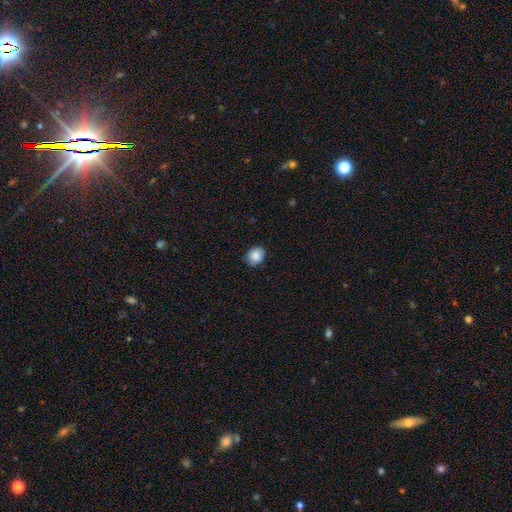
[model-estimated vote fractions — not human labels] Q: Smooth or featured?
A: smooth (83%); runner-up: star or artifact (8%)
Q: How rounded?
A: round (54%); runner-up: in between (46%)
Q: Merging?
A: none (80%); runner-up: minor disturbance (16%)